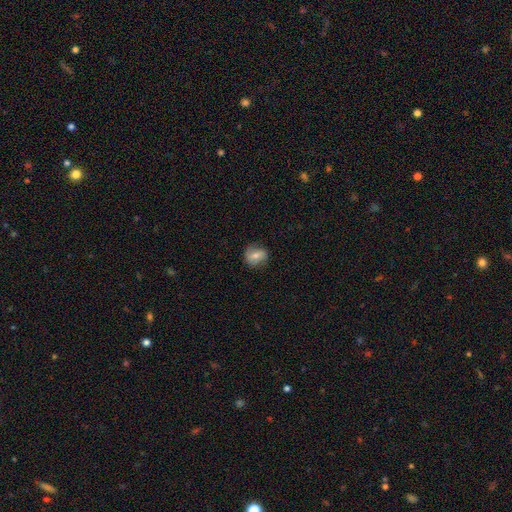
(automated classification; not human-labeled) Smooth or featured? Predicted: smooth (p=0.55). How rounded? Predicted: round (p=0.67). Merging? Predicted: none (p=0.77).